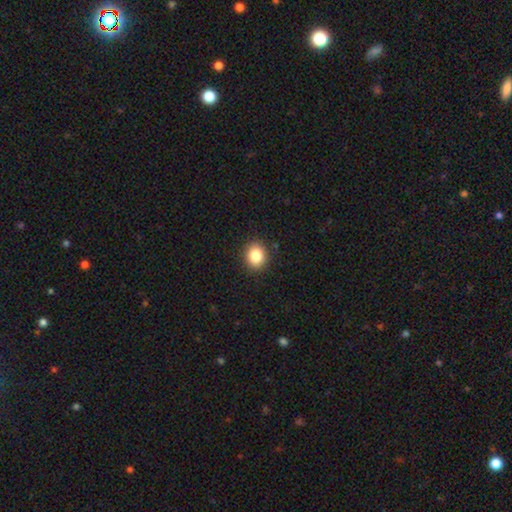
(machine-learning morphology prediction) smooth 84%, star or artifact 10%, featured or disk 6%. Down the decision tree: how rounded — round (63%); merging — none (90%).